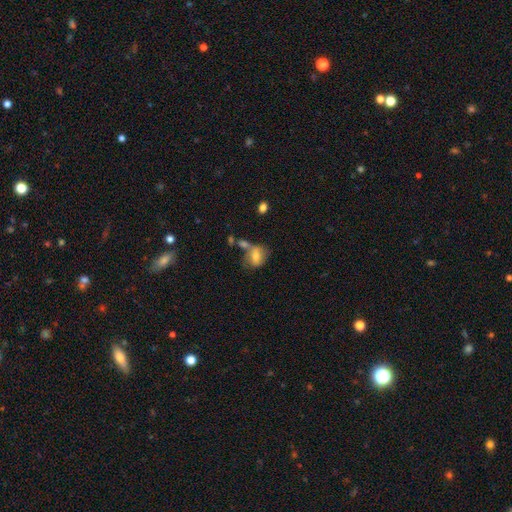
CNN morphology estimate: smooth_or_featured: smooth (p=0.65) [alt: featured or disk p=0.25]
how_rounded: in between (p=0.66) [alt: round p=0.32]
merging: none (p=0.40) [alt: merger p=0.29]